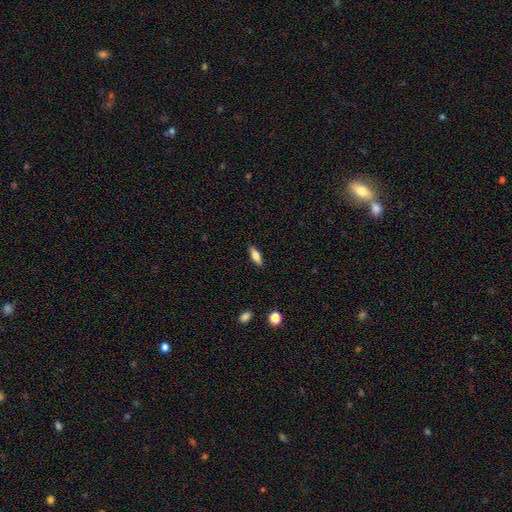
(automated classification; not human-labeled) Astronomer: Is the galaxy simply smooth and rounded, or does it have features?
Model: smooth — 69%.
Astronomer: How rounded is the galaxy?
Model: in between — 54% (runner-up: cigar-shaped, 43%).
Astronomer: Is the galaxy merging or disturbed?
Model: none — 88%.